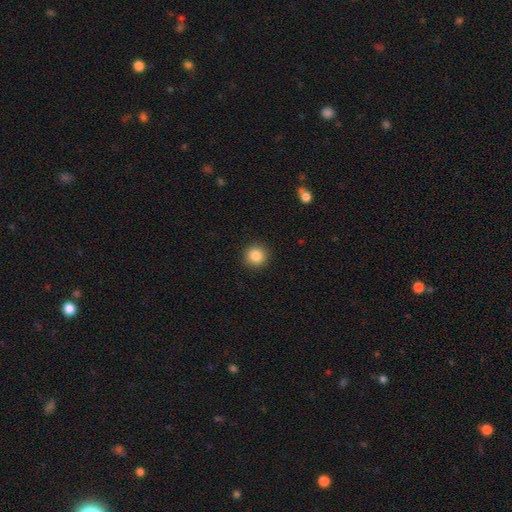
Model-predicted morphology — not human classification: The model was most divided on "smooth or featured": smooth: 86%, star or artifact: 10%, featured or disk: 5%. More confident: how rounded — round (93%); merging — none (92%).